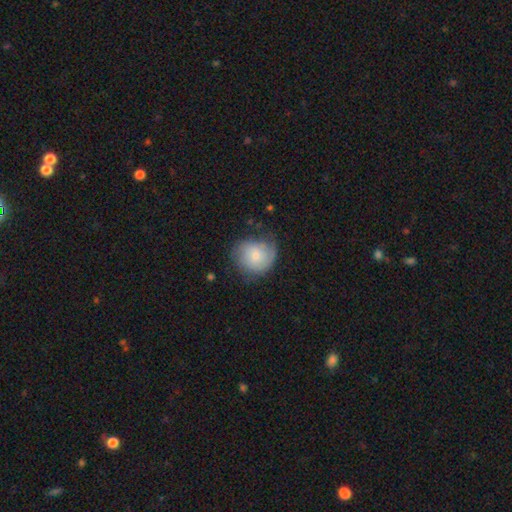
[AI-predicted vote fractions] Smooth or featured? Predicted: smooth (p=0.58). How rounded? Predicted: round (p=0.84). Merging? Predicted: none (p=0.59).